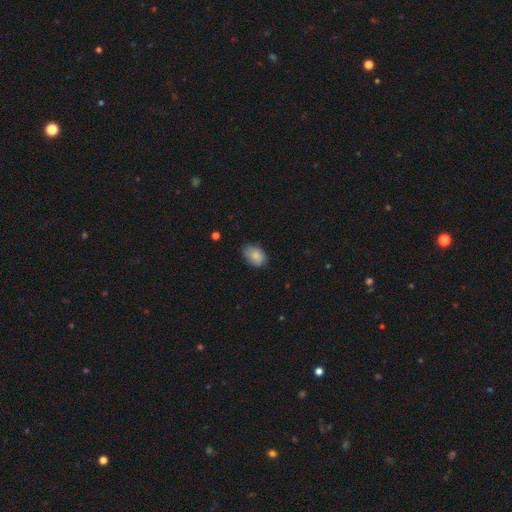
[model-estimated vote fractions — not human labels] Morphology: type=smooth (84%); roundness=in between (82%); merging=none (71%).